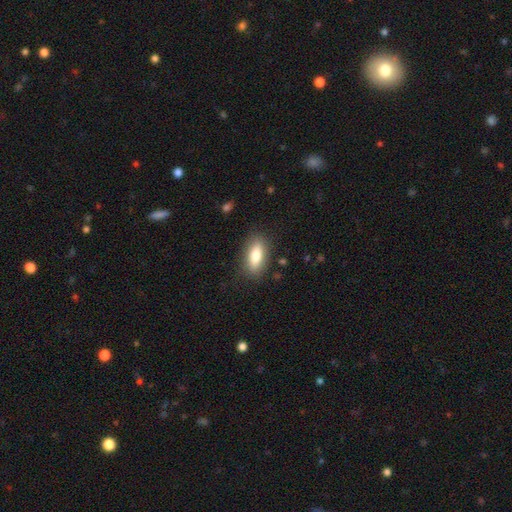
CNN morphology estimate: smooth_or_featured: smooth (p=0.76) [alt: featured or disk p=0.17]
how_rounded: in between (p=0.79) [alt: cigar-shaped p=0.18]
merging: none (p=0.85) [alt: minor disturbance p=0.11]